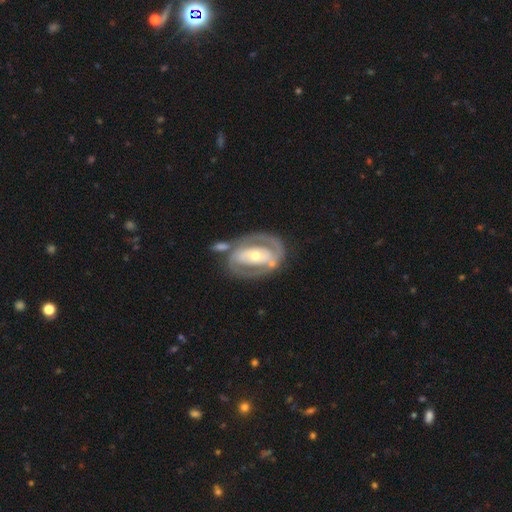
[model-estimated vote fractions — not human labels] A featured or disk galaxy (79%) with no bar (44%), spiral arms (66%) and a moderate central bulge (56%).

Vote fractions:
- Smooth or featured? featured or disk: 79% / smooth: 16% / star or artifact: 5%
- Edge-on disk? no: 95% / yes: 5%
- Bar? no: 44% / strong: 29% / weak: 27%
- Spiral arms? yes: 66% / no: 34%
- Bulge size? moderate: 56% / small: 36% / large: 6% / dominant: 1% / none: 1%
- Merging? none: 59% / minor disturbance: 18% / merger: 12% / major disturbance: 11%